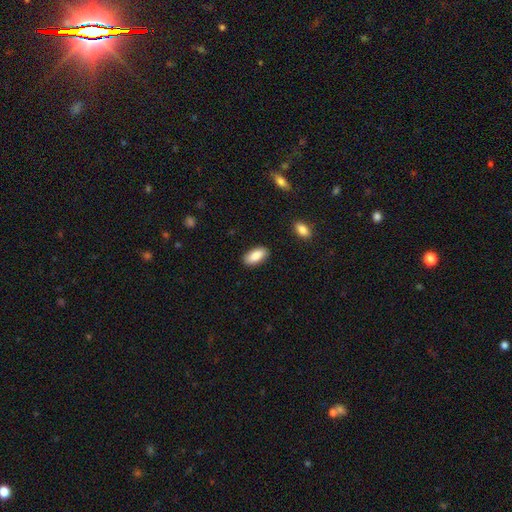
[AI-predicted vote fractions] Smooth or featured: smooth — 87% (featured or disk — 7%)
How rounded: in between — 91% (cigar-shaped — 7%)
Merging: none — 87% (minor disturbance — 9%)